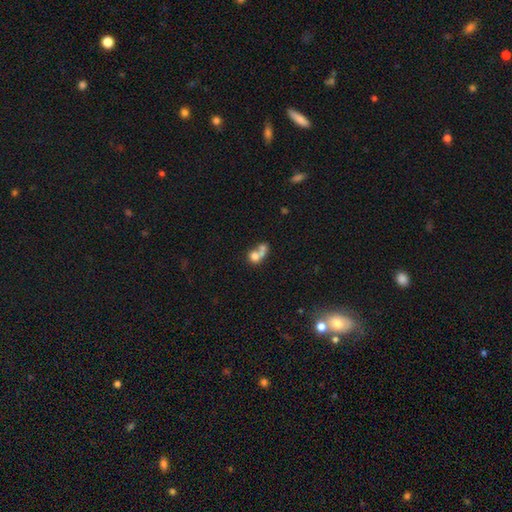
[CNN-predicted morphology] Overall: smooth (67%). How rounded: round (65%; in between 33%). Merging: merger (67%).